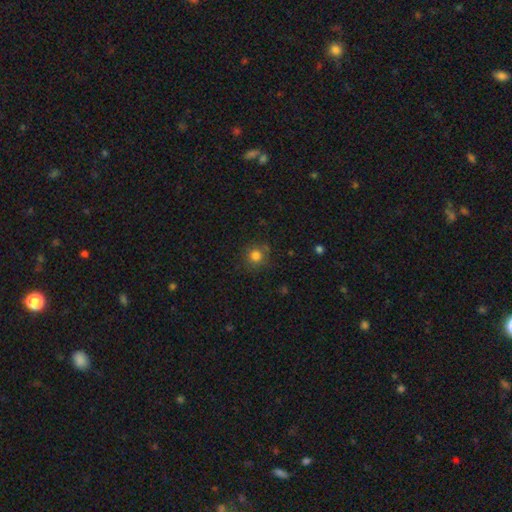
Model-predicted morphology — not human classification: Smooth or featured? smooth (81%)
How rounded? round (92%)
Merging? none (81%)